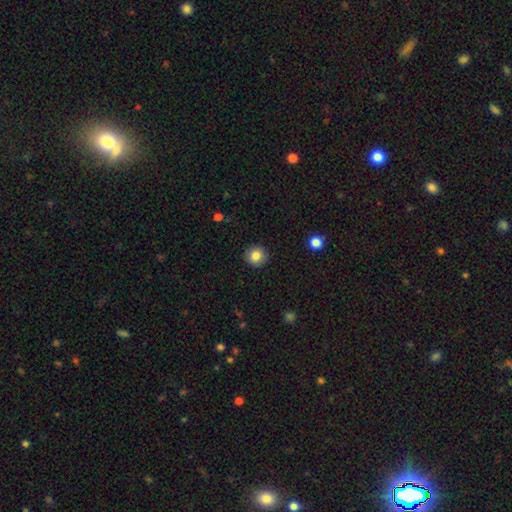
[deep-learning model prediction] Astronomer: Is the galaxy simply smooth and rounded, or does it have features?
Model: smooth — 83%.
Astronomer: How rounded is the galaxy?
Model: round — 93%.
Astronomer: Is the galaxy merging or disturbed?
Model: none — 91%.